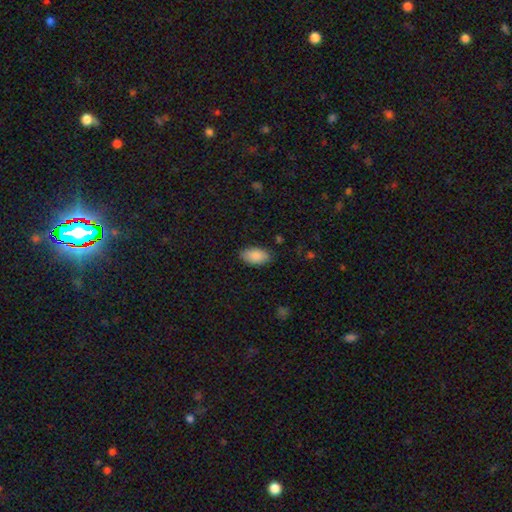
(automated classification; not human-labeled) Smooth or featured? smooth (88%)
How rounded? in between (94%)
Merging? none (84%)